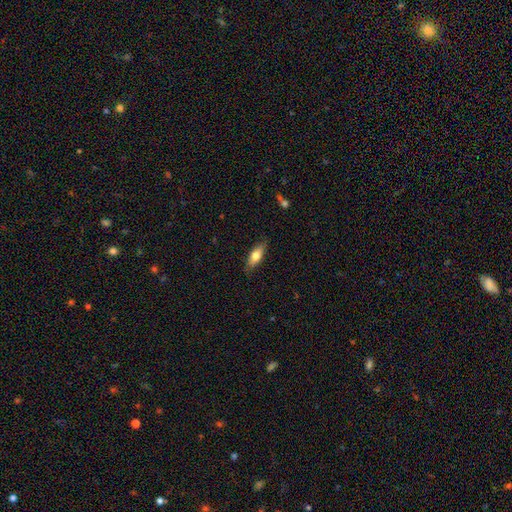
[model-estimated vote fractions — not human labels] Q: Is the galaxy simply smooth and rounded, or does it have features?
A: smooth — 67%.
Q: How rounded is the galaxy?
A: in between — 60%.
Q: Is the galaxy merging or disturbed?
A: none — 82%.